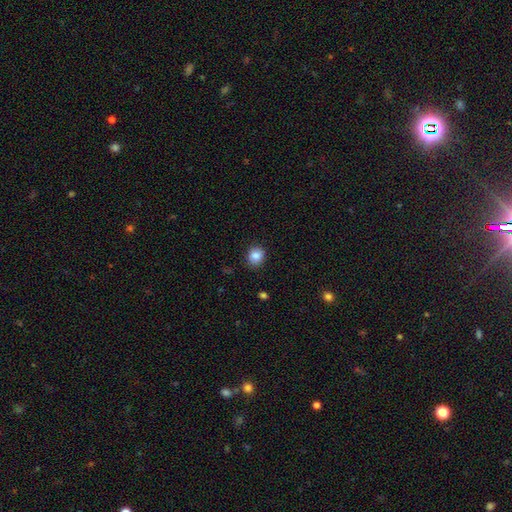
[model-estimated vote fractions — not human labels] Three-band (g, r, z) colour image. It shows a smooth galaxy with no disk features (86%) that is round (73%). Merging: none (85%).